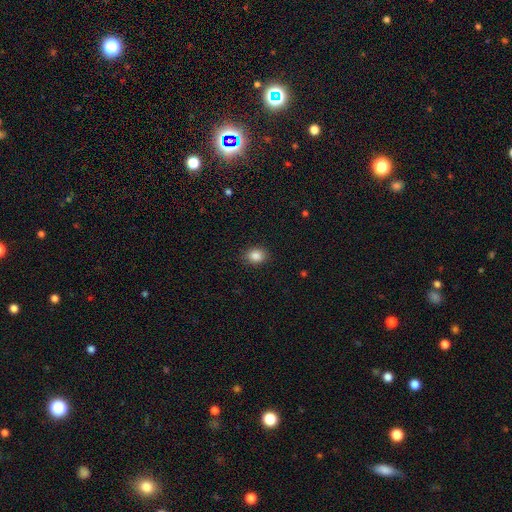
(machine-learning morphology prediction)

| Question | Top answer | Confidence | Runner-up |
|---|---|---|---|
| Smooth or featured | smooth | 86% | star or artifact (10%) |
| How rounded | round | 52% | in between (47%) |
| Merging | none | 87% | minor disturbance (10%) |